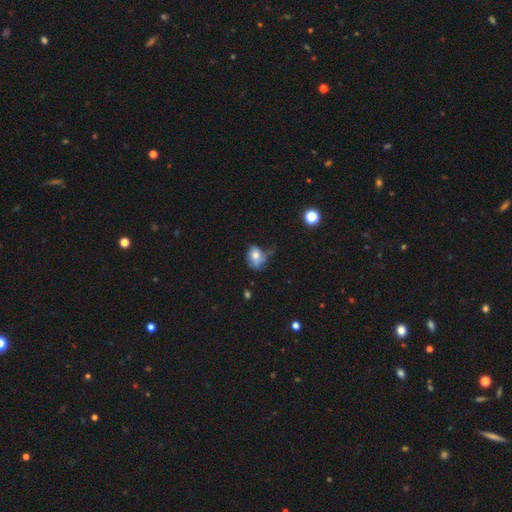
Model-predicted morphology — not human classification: The model was most divided on "merging": none: 32%, minor disturbance: 30%, major disturbance: 29%, merger: 9%. More confident: smooth or featured — smooth (67%); how rounded — in between (64%).